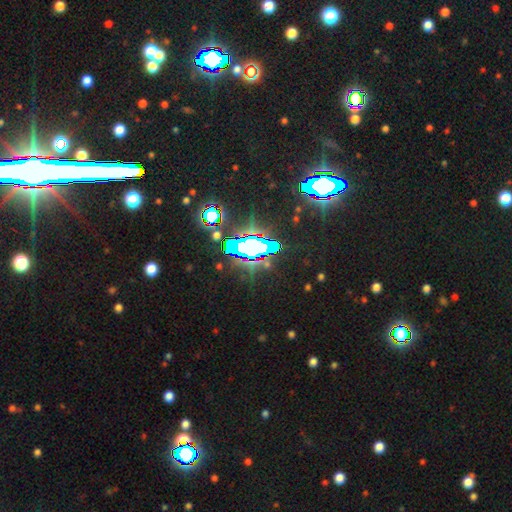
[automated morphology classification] A star or artifact, not a galaxy (64%).

Vote fractions:
- Smooth or featured? star or artifact: 64% / featured or disk: 19% / smooth: 17%